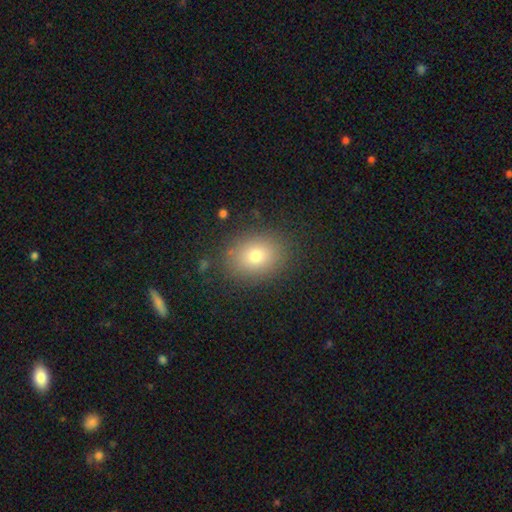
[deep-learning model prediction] Q: Smooth or featured?
A: smooth (76%); runner-up: star or artifact (13%)
Q: How rounded?
A: in between (58%); runner-up: round (41%)
Q: Merging?
A: none (87%); runner-up: minor disturbance (9%)